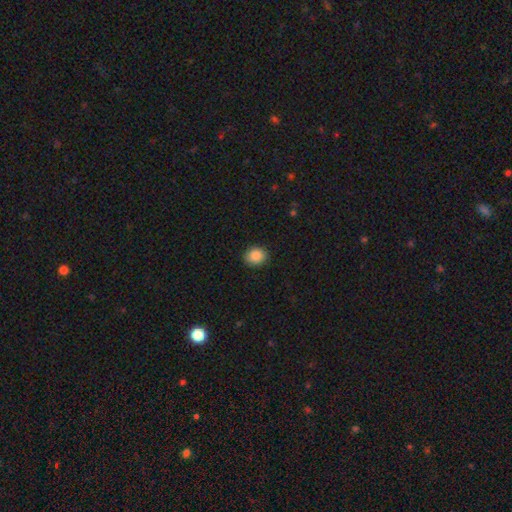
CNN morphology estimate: Smooth or featured?
  - smooth: 88% *
  - star or artifact: 8%
  - featured or disk: 4%
How rounded?
  - round: 64% *
  - in between: 36%
  - cigar-shaped: 1%
Merging?
  - none: 88% *
  - minor disturbance: 9%
  - major disturbance: 2%
  - merger: 1%